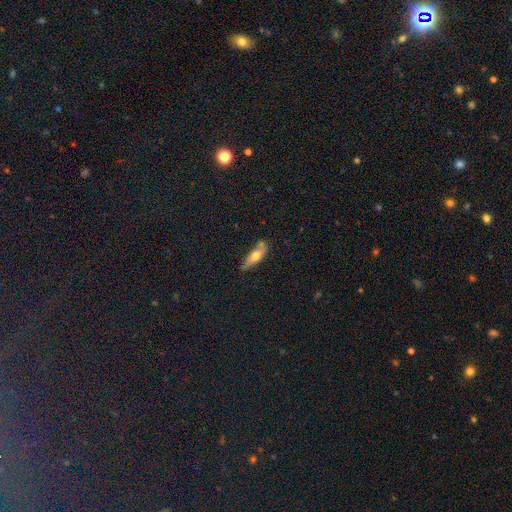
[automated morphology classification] smooth-or-featured: smooth: 60% | featured or disk: 33% | star or artifact: 7%
  how-rounded: cigar-shaped: 50% | in between: 47% | round: 3%
  merging: none: 61% | minor disturbance: 26% | merger: 6% | major disturbance: 6%